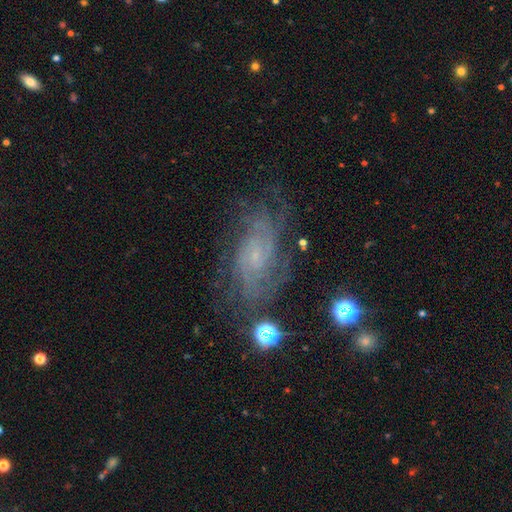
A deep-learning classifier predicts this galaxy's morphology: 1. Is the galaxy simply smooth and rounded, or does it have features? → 77% featured or disk, 12% smooth, 11% star or artifact.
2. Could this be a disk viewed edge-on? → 95% no, 5% yes.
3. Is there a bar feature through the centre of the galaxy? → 68% no, 26% weak, 5% strong.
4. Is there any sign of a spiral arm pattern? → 92% yes, 8% no.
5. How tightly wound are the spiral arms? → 53% tight, 35% medium, 11% loose.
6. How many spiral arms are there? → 41% can't tell, 22% 2, 14% 3, 11% 4, 7% more than 4, 6% 1.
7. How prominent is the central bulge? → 73% small, 12% moderate, 12% none, 2% large, 1% dominant.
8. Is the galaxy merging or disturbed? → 70% none, 18% minor disturbance, 10% major disturbance, 2% merger.